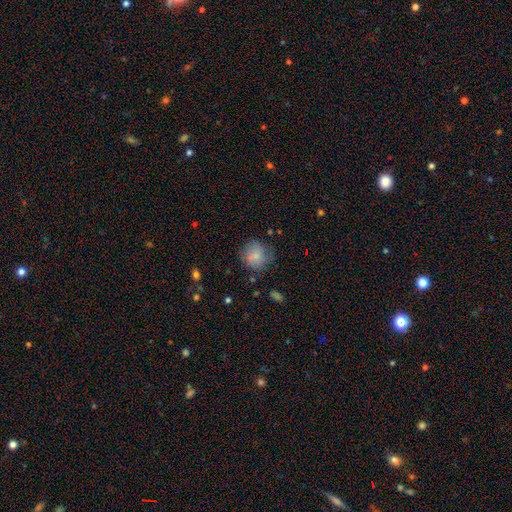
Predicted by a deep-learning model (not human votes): The model was most divided on "merging": none: 68%, minor disturbance: 21%, major disturbance: 8%, merger: 2%. More confident: how rounded — round (87%); smooth or featured — smooth (77%).